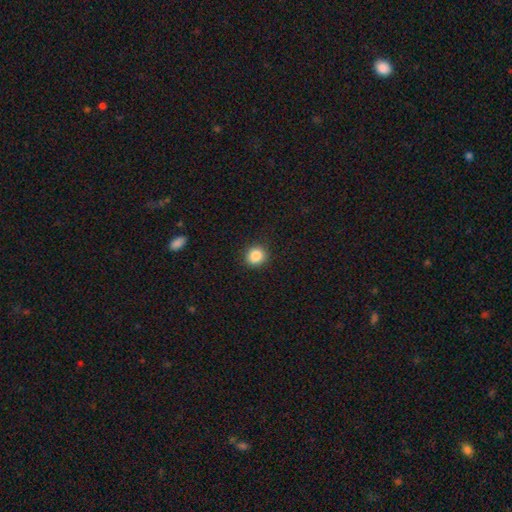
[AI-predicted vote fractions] This is clearly a smooth galaxy (87%). How rounded: clearly round (85%). Merging: clearly none (90%).